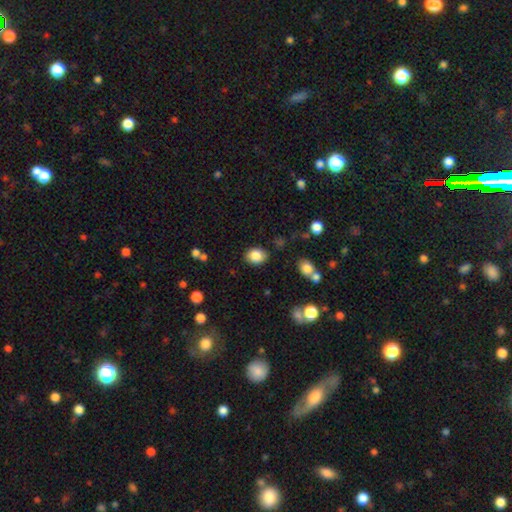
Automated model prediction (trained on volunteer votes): smooth 85%, star or artifact 9%, featured or disk 7%. Down the decision tree: how rounded — in between (59%); merging — none (82%).